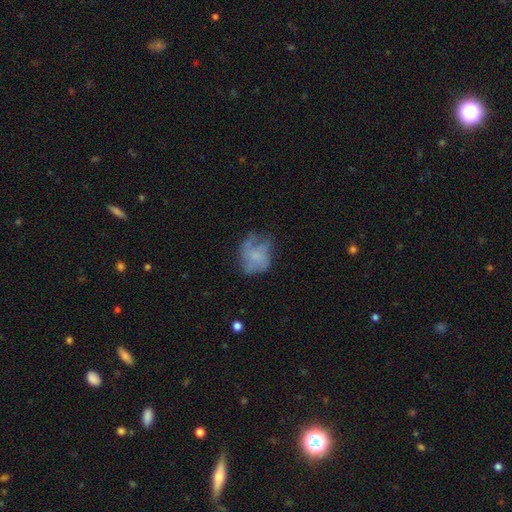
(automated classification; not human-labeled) Smooth or featured?
  - smooth: 49% *
  - featured or disk: 40%
  - star or artifact: 11%
Merging?
  - none: 40% *
  - minor disturbance: 29%
  - major disturbance: 28%
  - merger: 3%